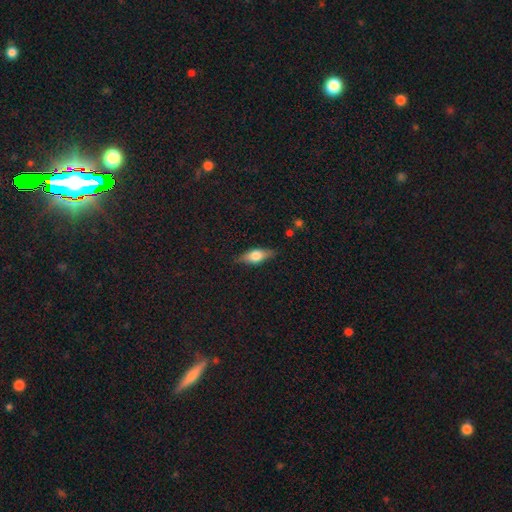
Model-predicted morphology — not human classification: Smooth or featured? smooth (55%)
How rounded? in between (69%)
Merging? none (83%)